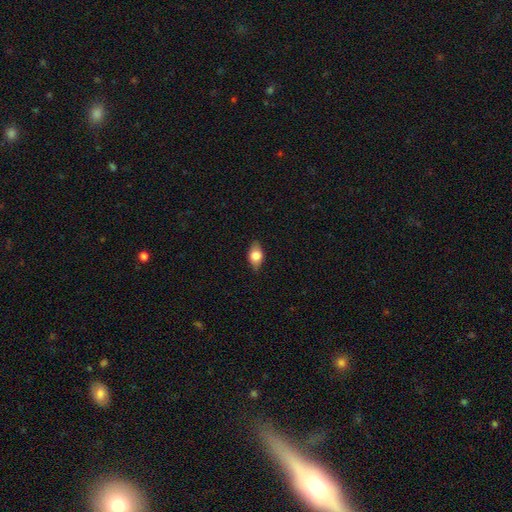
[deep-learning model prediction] A smooth galaxy with no disk features (73%) that is in between round and cigar-shaped (85%).

Vote fractions:
- Smooth or featured? smooth: 73% / featured or disk: 20% / star or artifact: 7%
- How rounded? in between: 85% / round: 11% / cigar-shaped: 4%
- Merging? none: 84% / minor disturbance: 13% / major disturbance: 3% / merger: 1%